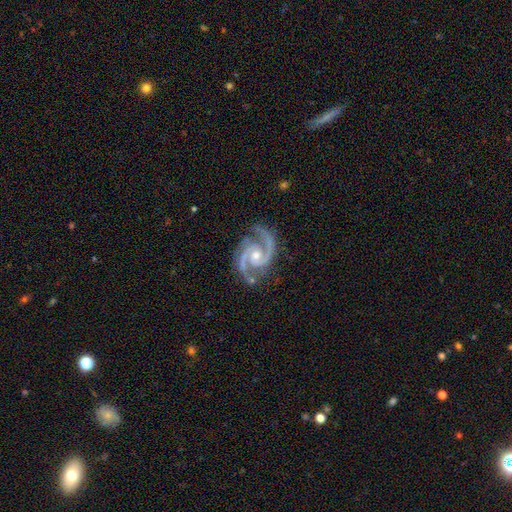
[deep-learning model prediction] The model was most divided on "bulge size": moderate: 58%, small: 37%, large: 2%, none: 2%, dominant: 1%. More confident: spiral arms — yes (99%); edge-on disk — no (98%); smooth or featured — featured or disk (94%); spiral arm count — 2 (90%); merging — none (79%); spiral winding — medium (60%); bar — no (59%).